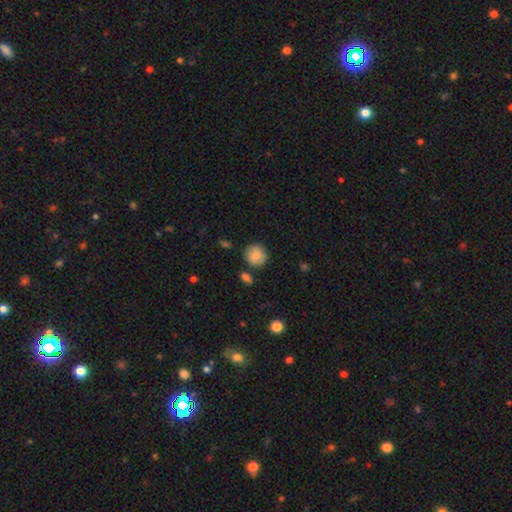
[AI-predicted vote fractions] The model was most divided on "merging": none: 82%, minor disturbance: 11%, merger: 5%, major disturbance: 3%. More confident: how rounded — round (89%); smooth or featured — smooth (84%).